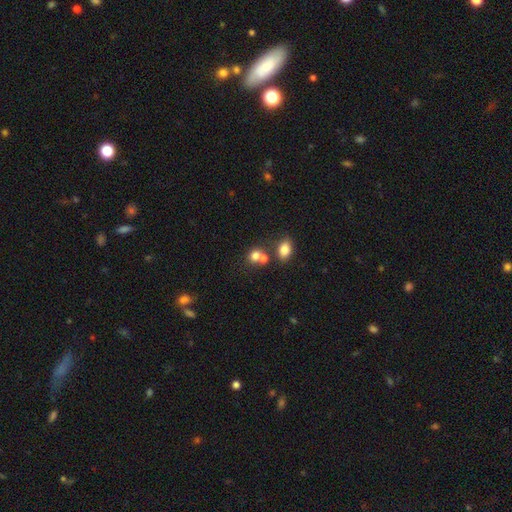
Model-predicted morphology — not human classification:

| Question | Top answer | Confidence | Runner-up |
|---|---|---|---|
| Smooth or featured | smooth | 75% | star or artifact (13%) |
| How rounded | round | 64% | in between (35%) |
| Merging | merger | 44% | none (42%) |